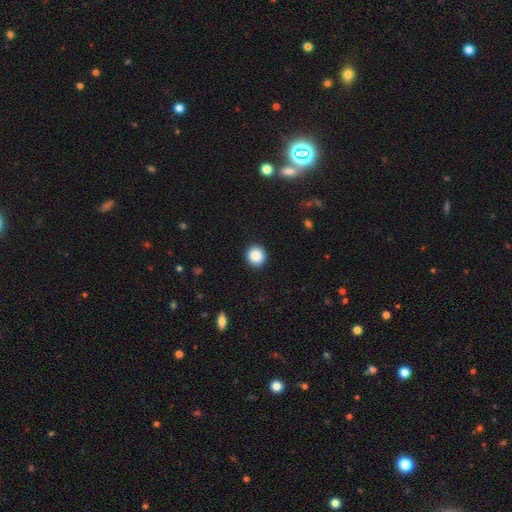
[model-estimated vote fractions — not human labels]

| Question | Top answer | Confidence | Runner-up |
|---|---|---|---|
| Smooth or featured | smooth | 88% | star or artifact (9%) |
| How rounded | round | 90% | in between (9%) |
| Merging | none | 92% | minor disturbance (5%) |